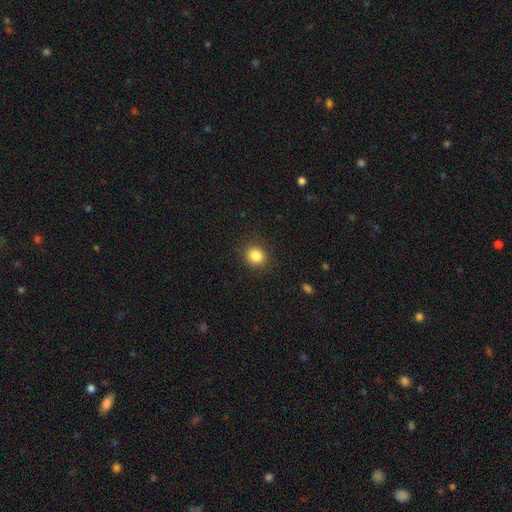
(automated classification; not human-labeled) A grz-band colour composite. It shows a smooth galaxy with no disk features (85%) that is round (82%). Merging: none (89%).